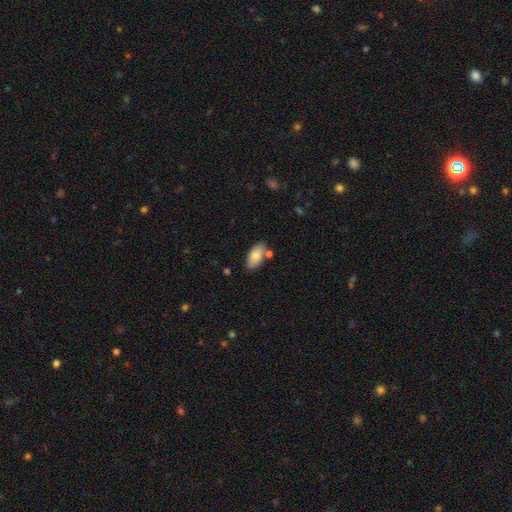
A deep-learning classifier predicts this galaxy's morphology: The model was most divided on "merging": none: 75%, minor disturbance: 14%, merger: 9%, major disturbance: 3%. More confident: how rounded — in between (93%); smooth or featured — smooth (81%).